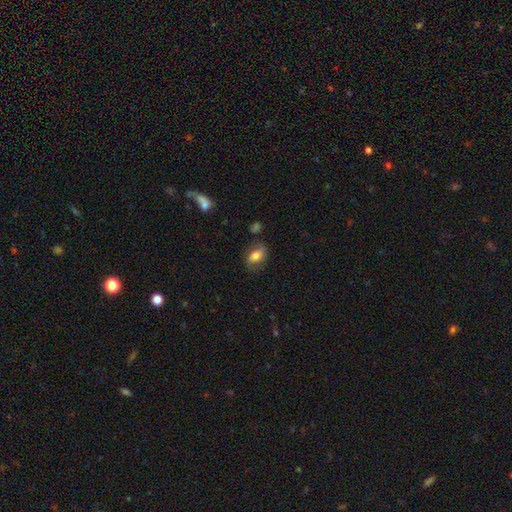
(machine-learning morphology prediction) Smooth or featured? Predicted: smooth (p=0.73). How rounded? Predicted: in between (p=0.85). Merging? Predicted: none (p=0.70).